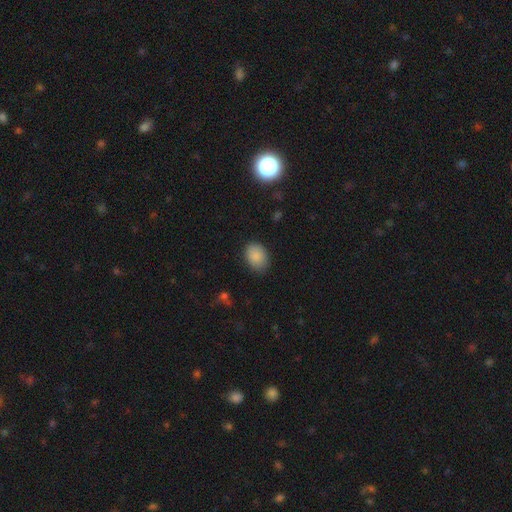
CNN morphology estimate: This is clearly a smooth galaxy (87%). How rounded: likely in between (74%). Merging: clearly none (81%).